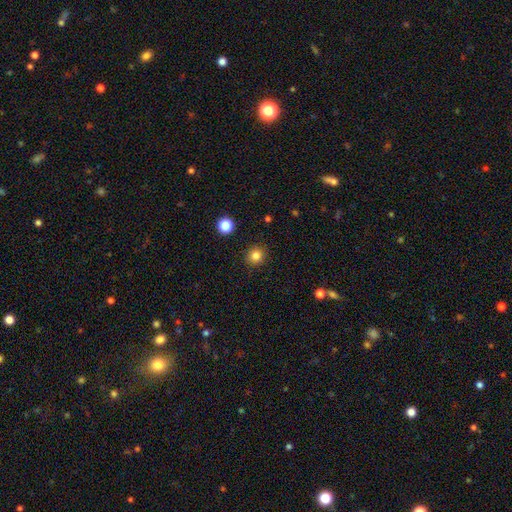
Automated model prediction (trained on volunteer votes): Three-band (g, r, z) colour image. It shows a smooth galaxy with no disk features (82%) that is round (91%). Merging: none (91%).